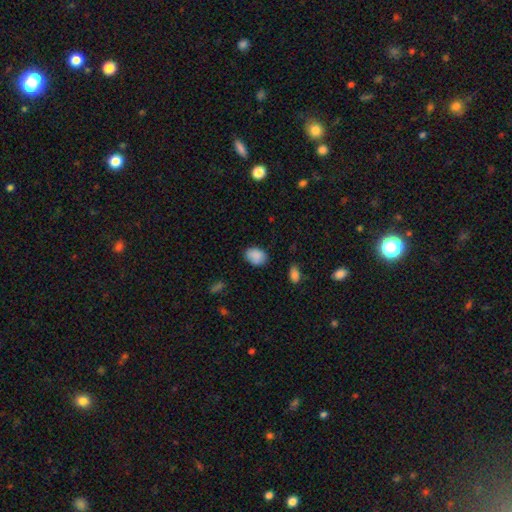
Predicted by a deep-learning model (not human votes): This appears to be a smooth galaxy with no disk features (88%) that is in between round and cigar-shaped (69%). Merging: none (77%).